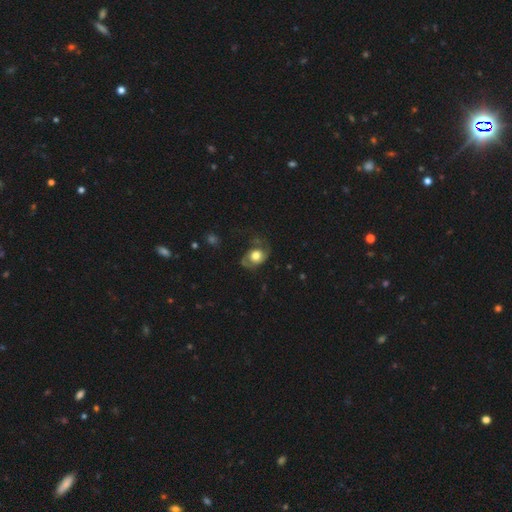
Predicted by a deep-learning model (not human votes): A featured or disk galaxy (49%).

Vote fractions:
- Smooth or featured? featured or disk: 49% / smooth: 44% / star or artifact: 7%
- Merging? none: 52% / minor disturbance: 25% / major disturbance: 22% / merger: 2%